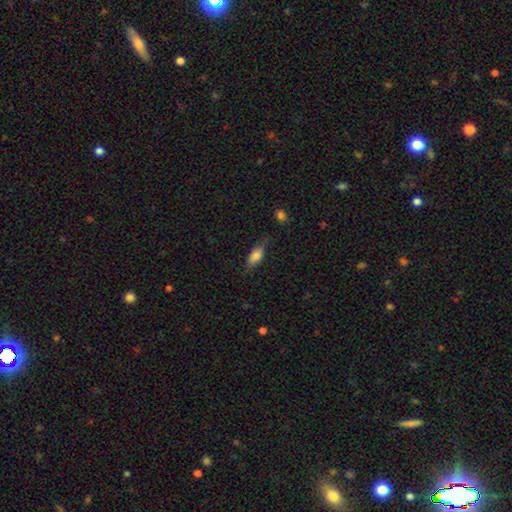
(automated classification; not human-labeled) Q: Smooth or featured?
A: smooth (77%); runner-up: featured or disk (16%)
Q: How rounded?
A: in between (80%); runner-up: cigar-shaped (17%)
Q: Merging?
A: none (64%); runner-up: minor disturbance (26%)